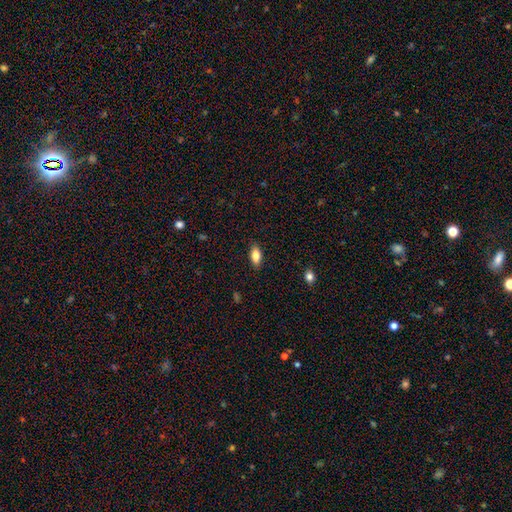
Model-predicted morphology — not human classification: type=smooth (83%); roundness=in between (85%); merging=none (87%).